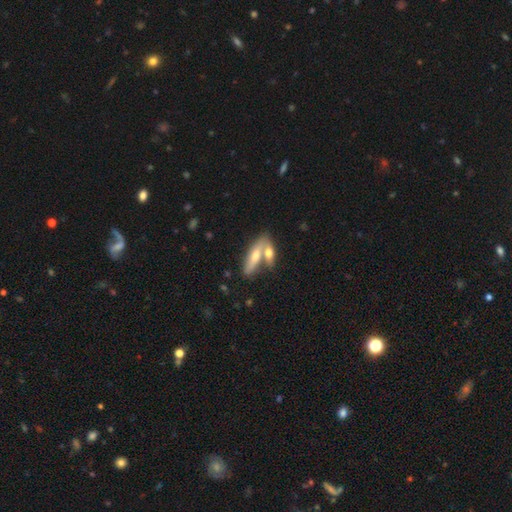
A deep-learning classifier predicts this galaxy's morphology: smooth 52%, featured or disk 41%, star or artifact 7%. Down the decision tree: how rounded — cigar-shaped (49%); merging — merger (48%).